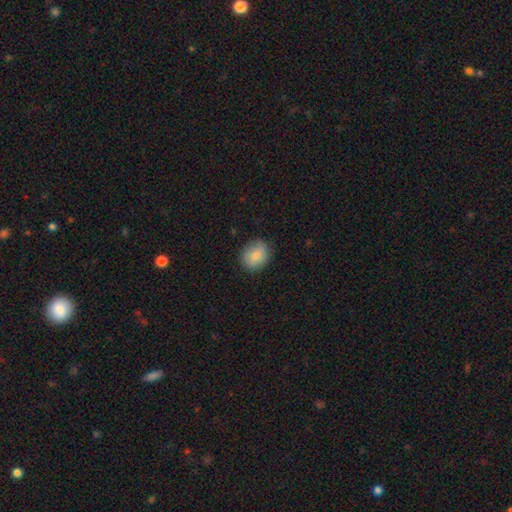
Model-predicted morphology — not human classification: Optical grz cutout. It shows a smooth galaxy with no disk features (84%) that is round (55%). Merging: none (84%).